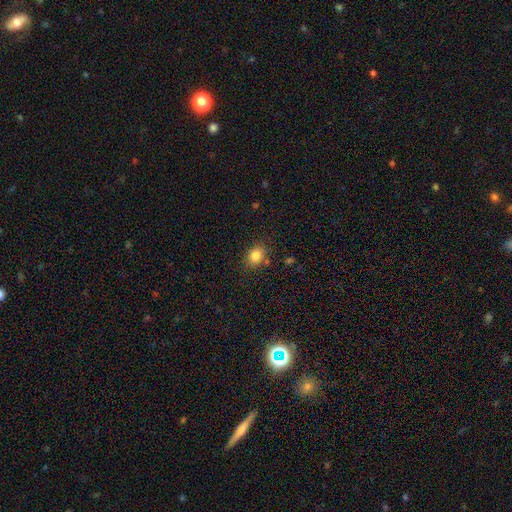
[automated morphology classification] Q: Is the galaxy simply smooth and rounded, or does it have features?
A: smooth — 83%.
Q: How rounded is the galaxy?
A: in between — 57%.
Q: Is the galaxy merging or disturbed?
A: none — 80%.